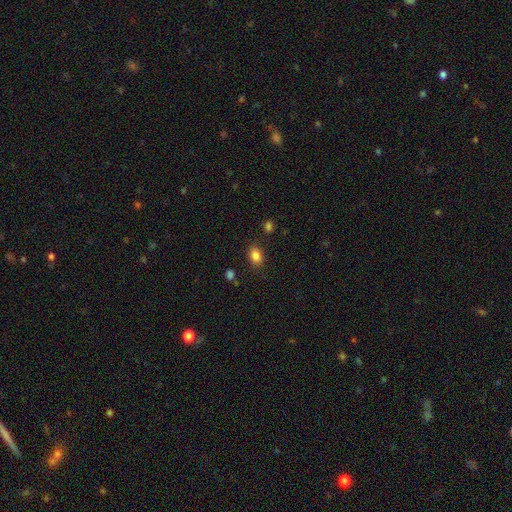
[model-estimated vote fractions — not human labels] smooth 85%, star or artifact 11%, featured or disk 5%. Down the decision tree: how rounded — in between (73%); merging — none (83%).